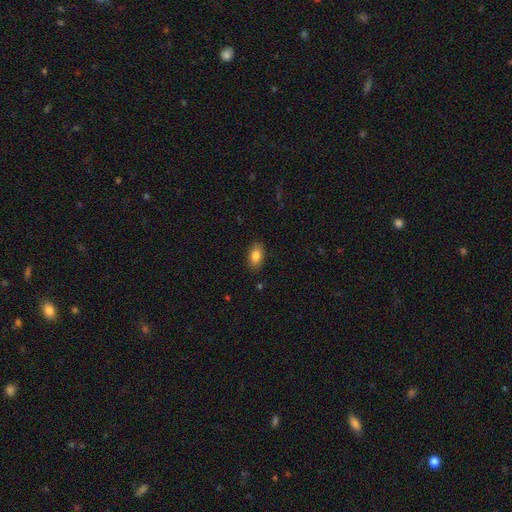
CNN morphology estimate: This is clearly a smooth galaxy (83%). How rounded: clearly in between (90%). Merging: clearly none (85%).